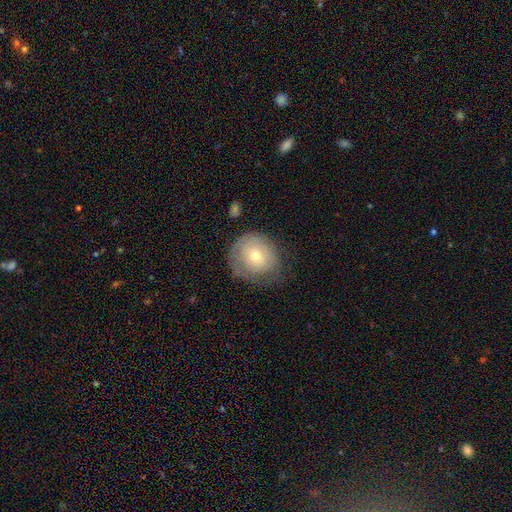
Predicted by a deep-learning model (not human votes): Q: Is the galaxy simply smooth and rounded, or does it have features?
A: smooth — 59%.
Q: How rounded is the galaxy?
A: round — 82%.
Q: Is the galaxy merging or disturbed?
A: none — 57%.